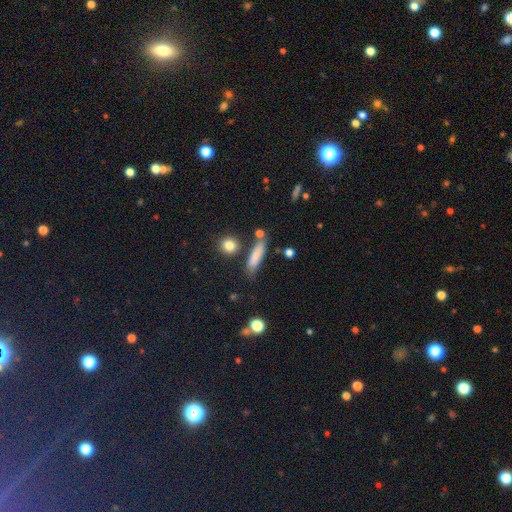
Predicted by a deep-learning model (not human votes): Smooth or featured?
  - smooth: 79% *
  - featured or disk: 13%
  - star or artifact: 8%
How rounded?
  - cigar-shaped: 67% *
  - in between: 30%
  - round: 3%
Merging?
  - none: 71% *
  - minor disturbance: 16%
  - merger: 8%
  - major disturbance: 5%